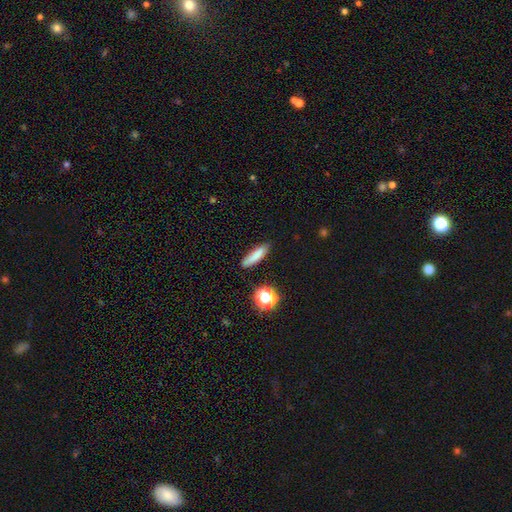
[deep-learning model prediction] Q: Smooth or featured?
A: smooth (80%); runner-up: star or artifact (10%)
Q: How rounded?
A: cigar-shaped (69%); runner-up: in between (27%)
Q: Merging?
A: none (82%); runner-up: minor disturbance (13%)